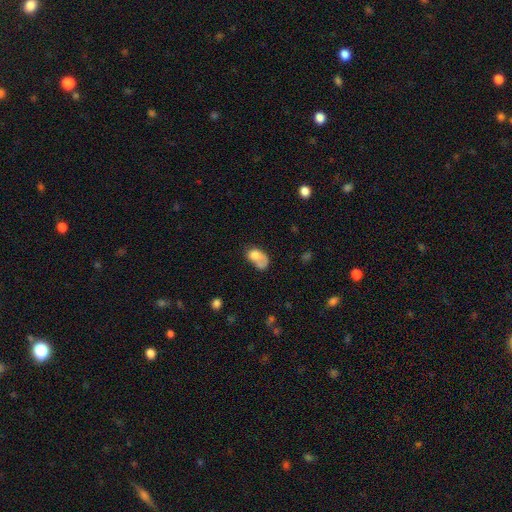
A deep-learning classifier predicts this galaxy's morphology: smooth-or-featured: smooth: 69% | featured or disk: 22% | star or artifact: 9%
  how-rounded: in between: 78% | round: 21% | cigar-shaped: 2%
  merging: major disturbance: 31% | merger: 25% | none: 24% | minor disturbance: 20%